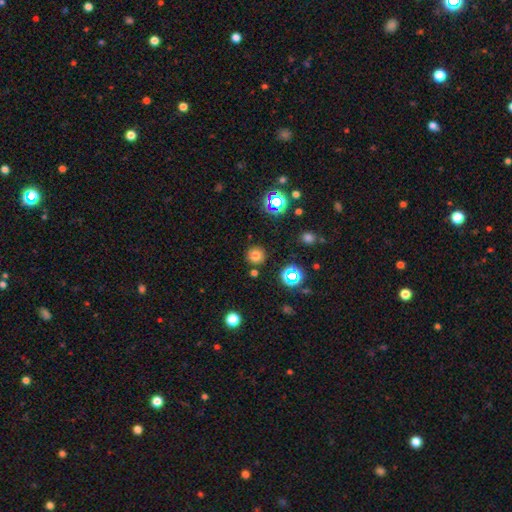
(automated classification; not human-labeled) smooth_or_featured: smooth (p=0.73) [alt: star or artifact p=0.20]
how_rounded: round (p=0.94) [alt: in between p=0.05]
merging: none (p=0.86) [alt: minor disturbance p=0.07]